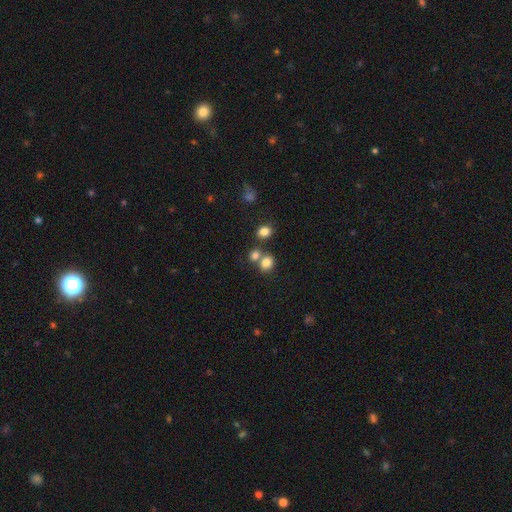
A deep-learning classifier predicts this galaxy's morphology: Smooth or featured? smooth (79%)
How rounded? round (59%)
Merging? none (48%)